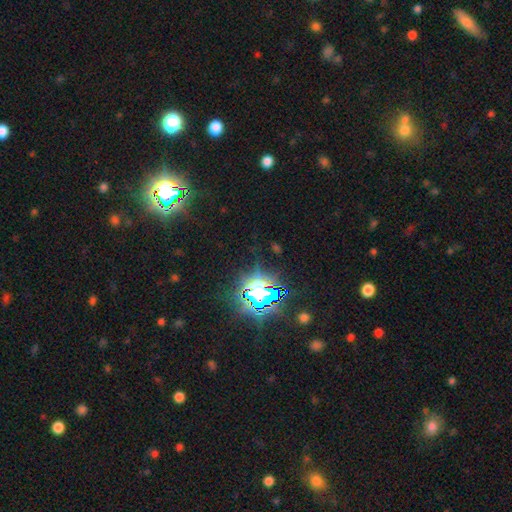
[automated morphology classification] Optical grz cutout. It shows a star or artifact, not a galaxy (79%).